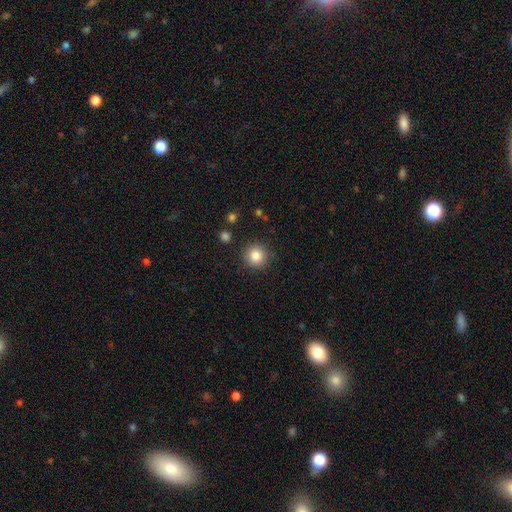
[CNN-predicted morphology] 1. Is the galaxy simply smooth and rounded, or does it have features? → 83% smooth, 10% star or artifact, 6% featured or disk.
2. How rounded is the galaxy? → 93% round, 6% in between, 1% cigar-shaped.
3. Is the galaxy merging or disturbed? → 89% none, 7% minor disturbance, 2% major disturbance, 2% merger.